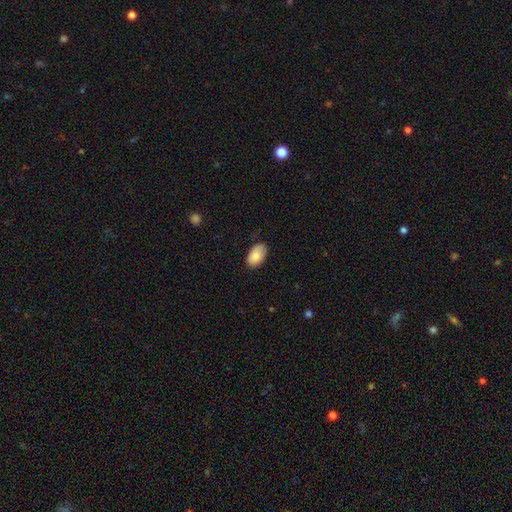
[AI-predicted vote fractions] A smooth galaxy with no disk features (82%) that is in between round and cigar-shaped (94%).

Vote fractions:
- Smooth or featured? smooth: 82% / featured or disk: 11% / star or artifact: 7%
- How rounded? in between: 94% / round: 5% / cigar-shaped: 1%
- Merging? none: 77% / minor disturbance: 19% / major disturbance: 3% / merger: 1%